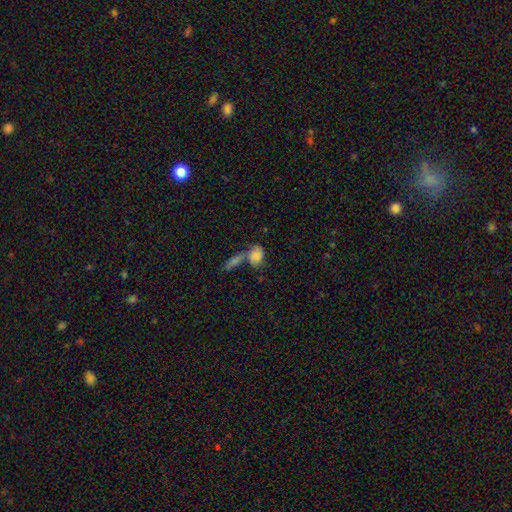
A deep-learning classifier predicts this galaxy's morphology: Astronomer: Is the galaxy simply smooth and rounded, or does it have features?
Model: smooth — 77%.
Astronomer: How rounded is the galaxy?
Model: in between — 82%.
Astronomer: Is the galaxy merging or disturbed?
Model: merger — 52% (runner-up: none, 30%).